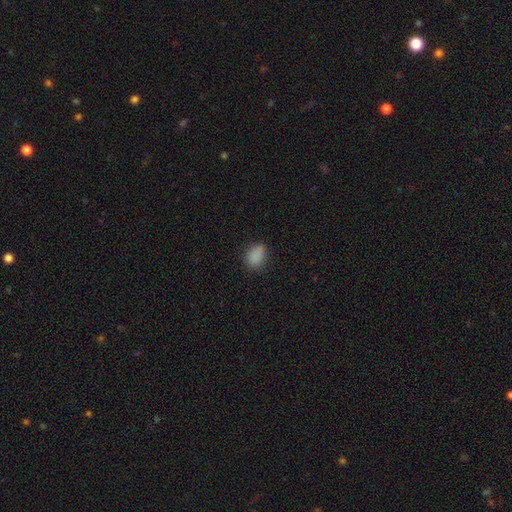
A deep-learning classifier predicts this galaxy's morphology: The model was most divided on "how rounded": in between: 77%, round: 21%, cigar-shaped: 2%. More confident: smooth or featured — smooth (85%); merging — none (75%).